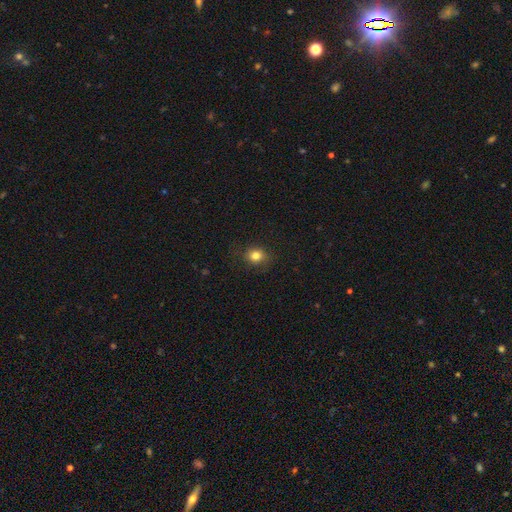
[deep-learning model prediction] smooth_or_featured: smooth (p=0.82) [alt: star or artifact p=0.12]
how_rounded: round (p=0.75) [alt: in between p=0.24]
merging: none (p=0.84) [alt: minor disturbance p=0.12]